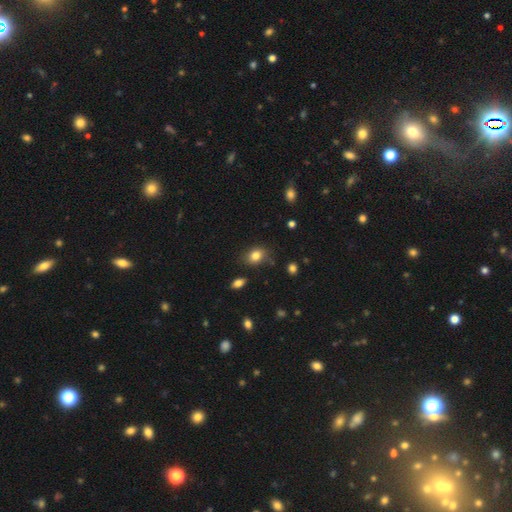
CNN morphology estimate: smooth 82%, star or artifact 10%, featured or disk 8%. Down the decision tree: how rounded — in between (63%); merging — none (74%).